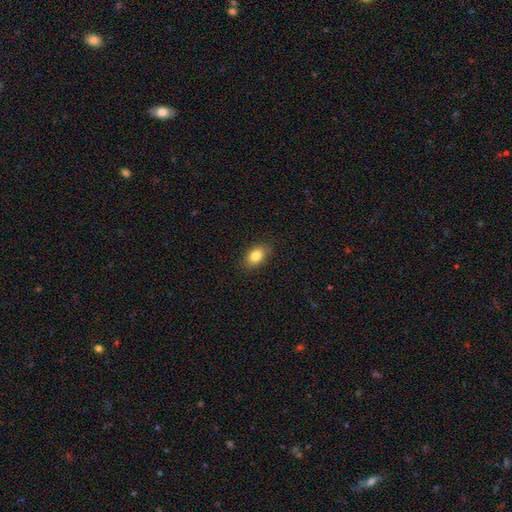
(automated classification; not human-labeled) Morphology: type=smooth (82%); roundness=in between (85%); merging=none (86%).